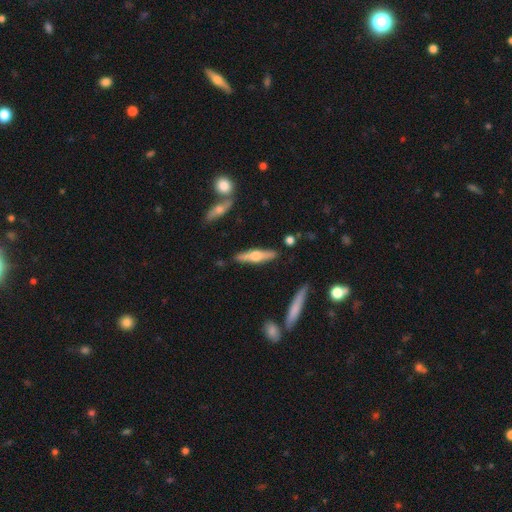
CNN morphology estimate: Smooth or featured?
  - featured or disk: 63% *
  - smooth: 32%
  - star or artifact: 5%
Edge-on disk?
  - yes: 95% *
  - no: 5%
Edge-on bulge?
  - rounded: 92% *
  - boxy: 5%
  - none: 3%
Merging?
  - none: 88% *
  - minor disturbance: 8%
  - merger: 2%
  - major disturbance: 2%